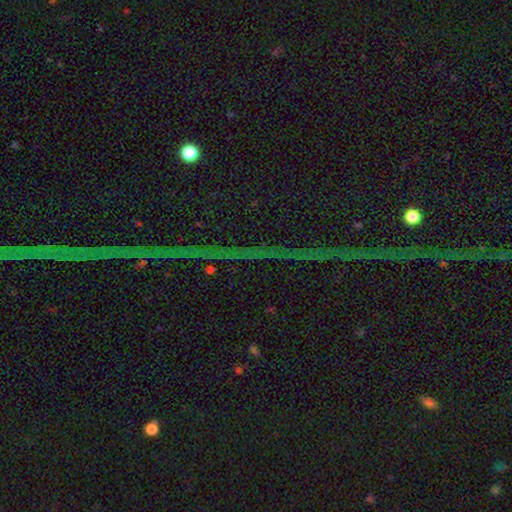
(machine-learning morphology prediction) A star or artifact, not a galaxy (85%).

Vote fractions:
- Smooth or featured? star or artifact: 85% / featured or disk: 9% / smooth: 7%